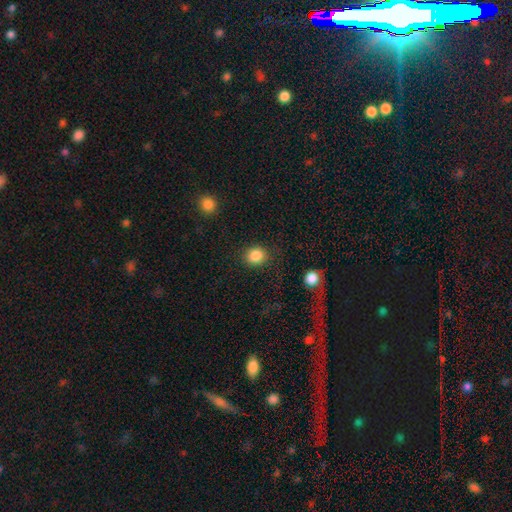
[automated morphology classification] A smooth galaxy with no disk features (87%) that is round (80%). Merging: none (84%).